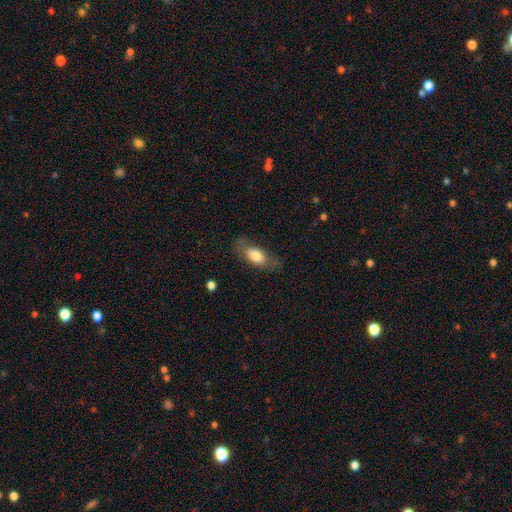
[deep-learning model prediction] Q: Smooth or featured?
A: smooth (70%); runner-up: featured or disk (23%)
Q: How rounded?
A: in between (81%); runner-up: cigar-shaped (15%)
Q: Merging?
A: none (73%); runner-up: minor disturbance (18%)